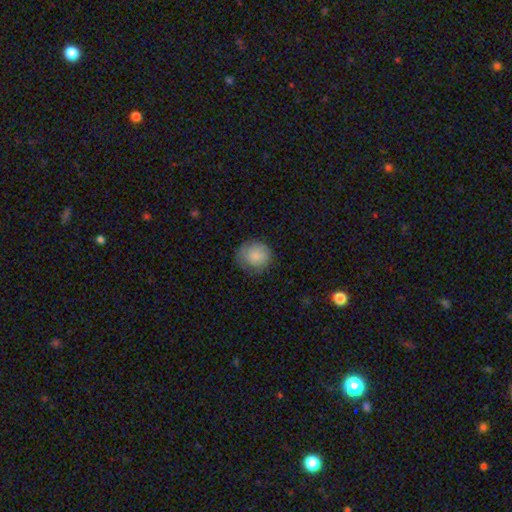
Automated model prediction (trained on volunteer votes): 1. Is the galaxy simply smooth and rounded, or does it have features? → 82% smooth, 11% featured or disk, 7% star or artifact.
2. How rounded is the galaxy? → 89% round, 10% in between, 1% cigar-shaped.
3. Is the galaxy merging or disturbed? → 71% none, 21% minor disturbance, 7% major disturbance, 1% merger.